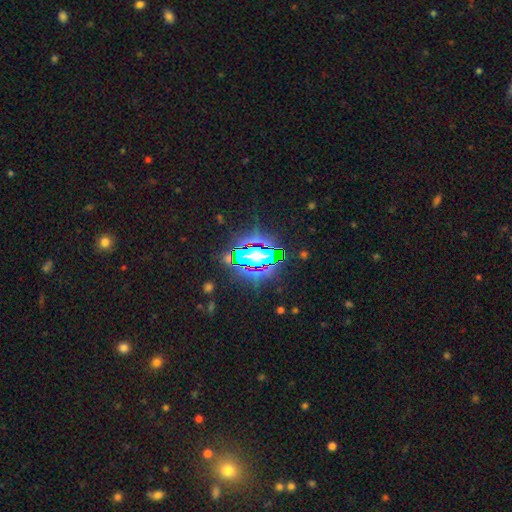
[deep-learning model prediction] star or artifact 66%, smooth 21%, featured or disk 13%.